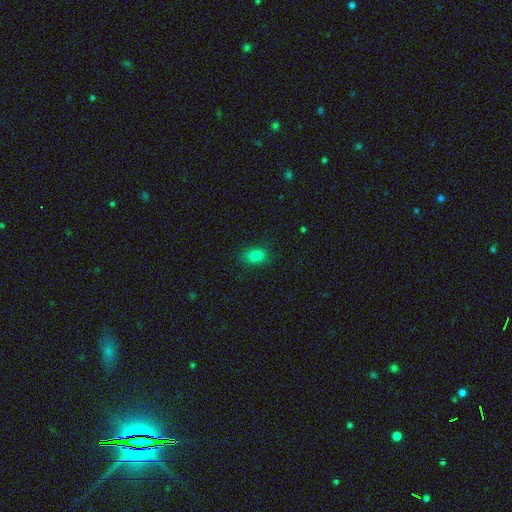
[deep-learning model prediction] A smooth galaxy with no disk features (84%) that is in between round and cigar-shaped (81%). Merging: none (81%).